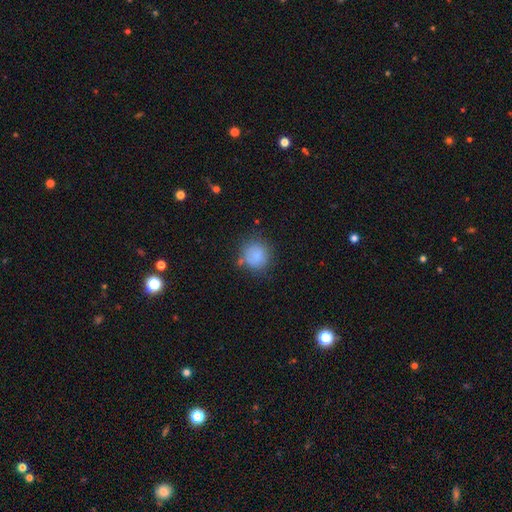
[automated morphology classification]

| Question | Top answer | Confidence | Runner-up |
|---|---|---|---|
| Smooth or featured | smooth | 83% | star or artifact (9%) |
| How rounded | round | 88% | in between (11%) |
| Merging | none | 73% | minor disturbance (17%) |